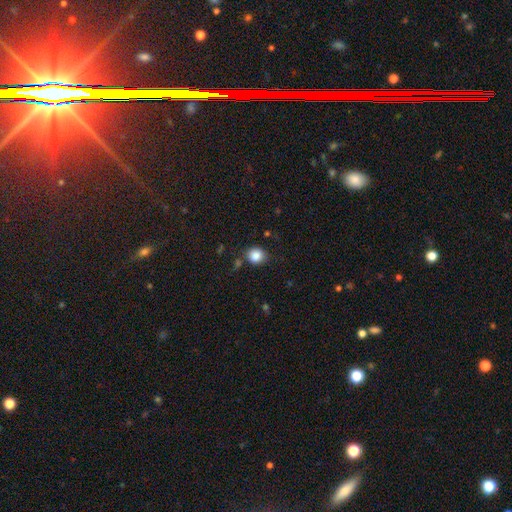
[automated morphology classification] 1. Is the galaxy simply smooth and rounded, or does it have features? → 86% smooth, 10% star or artifact, 4% featured or disk.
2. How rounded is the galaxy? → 77% round, 22% in between, 1% cigar-shaped.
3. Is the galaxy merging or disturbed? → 80% none, 12% minor disturbance, 5% merger, 3% major disturbance.